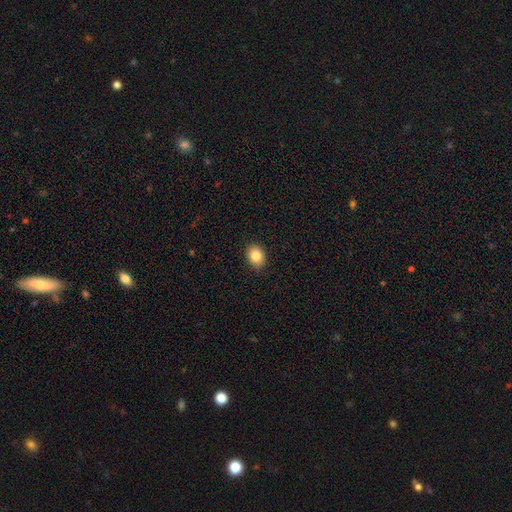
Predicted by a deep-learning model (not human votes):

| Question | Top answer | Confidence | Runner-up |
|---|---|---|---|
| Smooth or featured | smooth | 83% | star or artifact (9%) |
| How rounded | in between | 61% | round (38%) |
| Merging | none | 89% | minor disturbance (8%) |